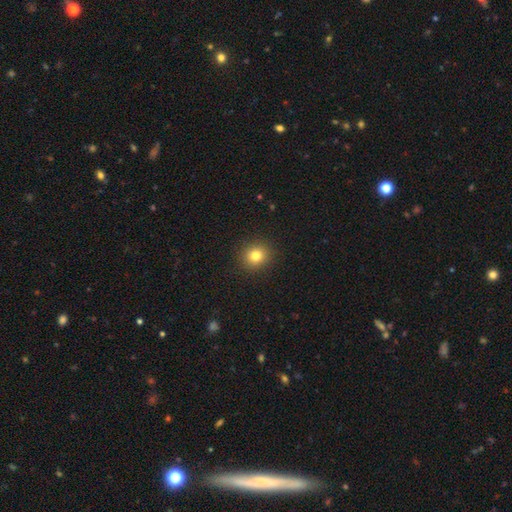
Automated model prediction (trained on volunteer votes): Smooth or featured: smooth — 81% (star or artifact — 12%)
How rounded: round — 87% (in between — 12%)
Merging: none — 91% (minor disturbance — 6%)